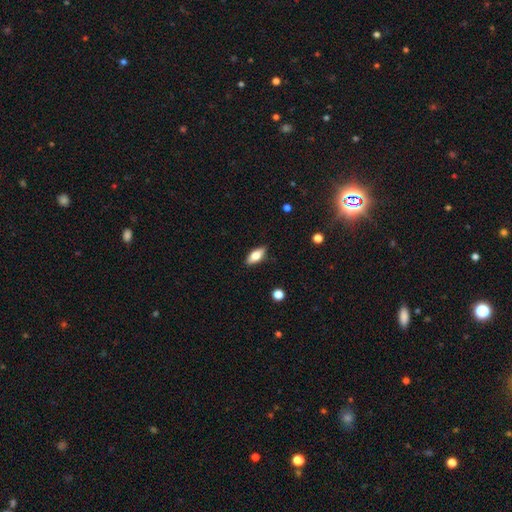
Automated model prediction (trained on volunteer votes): Smooth or featured?
  - smooth: 66% *
  - featured or disk: 27%
  - star or artifact: 7%
How rounded?
  - in between: 79% *
  - cigar-shaped: 17%
  - round: 3%
Merging?
  - none: 87% *
  - minor disturbance: 10%
  - major disturbance: 2%
  - merger: 1%